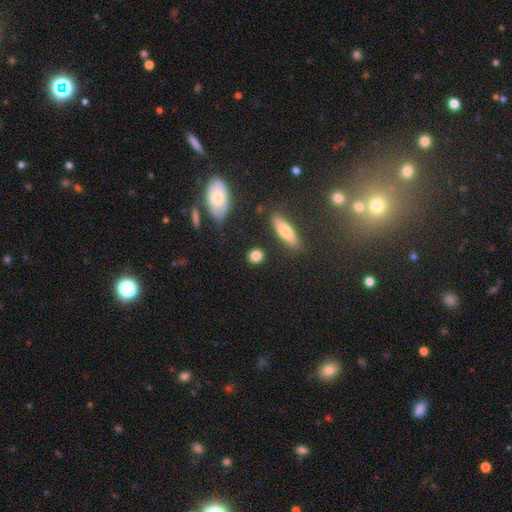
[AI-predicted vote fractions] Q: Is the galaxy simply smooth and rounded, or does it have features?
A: smooth — 84%.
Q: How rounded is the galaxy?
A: round — 76%.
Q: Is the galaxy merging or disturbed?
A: none — 82%.